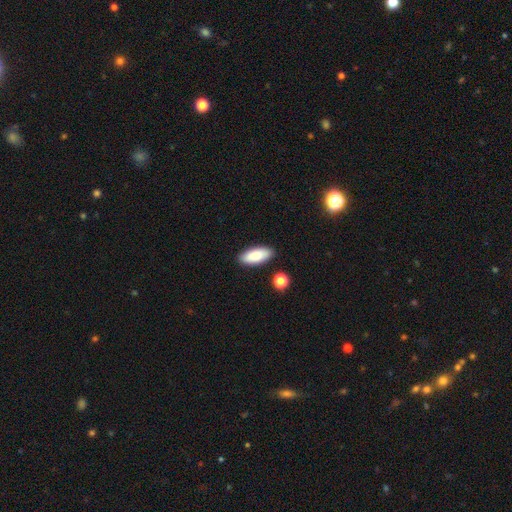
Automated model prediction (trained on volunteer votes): Morphology: type=smooth (85%); roundness=in between (84%); merging=none (87%).